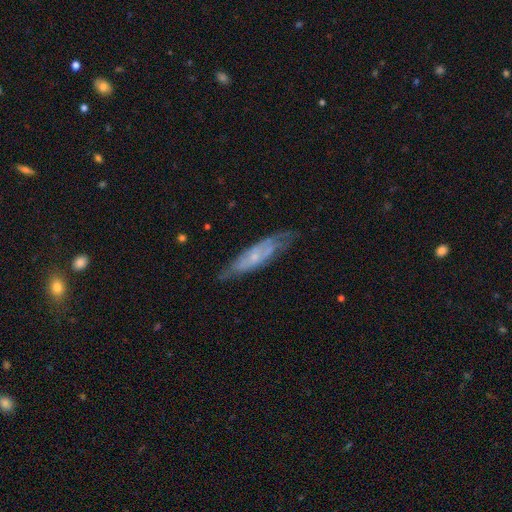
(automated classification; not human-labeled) Q: Smooth or featured?
A: featured or disk (64%); runner-up: smooth (29%)
Q: Edge-on disk?
A: no (62%); runner-up: yes (38%)
Q: Merging?
A: none (65%); runner-up: minor disturbance (24%)